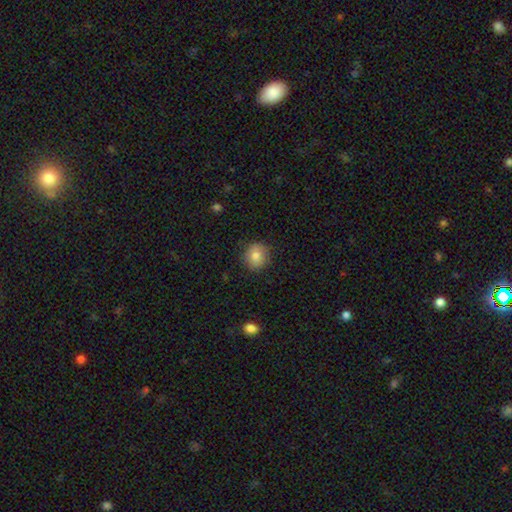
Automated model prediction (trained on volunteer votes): Smooth or featured?
  - smooth: 81% *
  - featured or disk: 10%
  - star or artifact: 9%
How rounded?
  - round: 85% *
  - in between: 14%
  - cigar-shaped: 1%
Merging?
  - none: 87% *
  - minor disturbance: 10%
  - major disturbance: 2%
  - merger: 1%